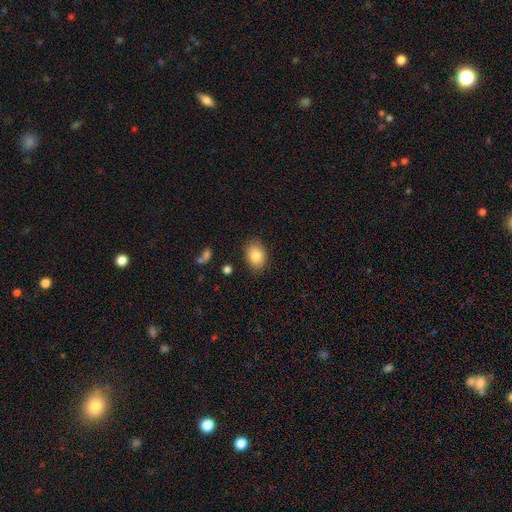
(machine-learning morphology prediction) The model was most divided on "how rounded": in between: 75%, round: 24%, cigar-shaped: 1%. More confident: smooth or featured — smooth (84%); merging — none (84%).